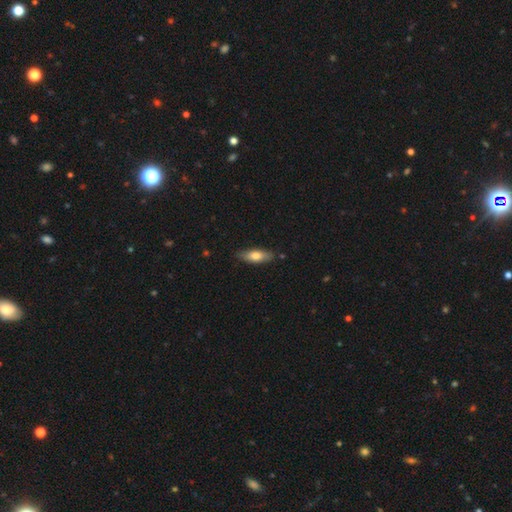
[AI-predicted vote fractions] Q: Smooth or featured?
A: smooth (71%); runner-up: featured or disk (23%)
Q: How rounded?
A: in between (63%); runner-up: cigar-shaped (35%)
Q: Merging?
A: none (83%); runner-up: minor disturbance (13%)